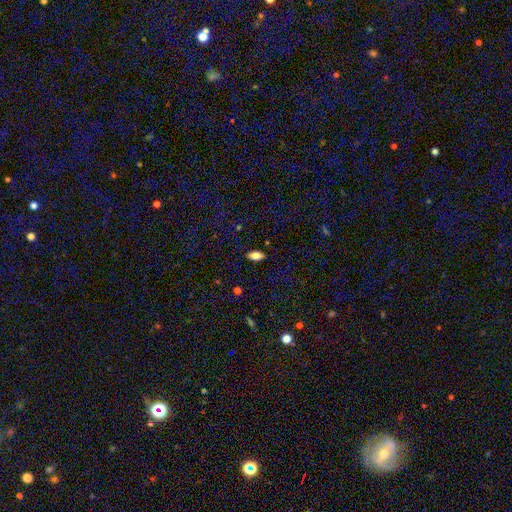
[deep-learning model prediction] Smooth or featured?
  - smooth: 78% *
  - featured or disk: 14%
  - star or artifact: 9%
How rounded?
  - in between: 90% *
  - cigar-shaped: 6%
  - round: 4%
Merging?
  - none: 87% *
  - minor disturbance: 9%
  - major disturbance: 2%
  - merger: 1%